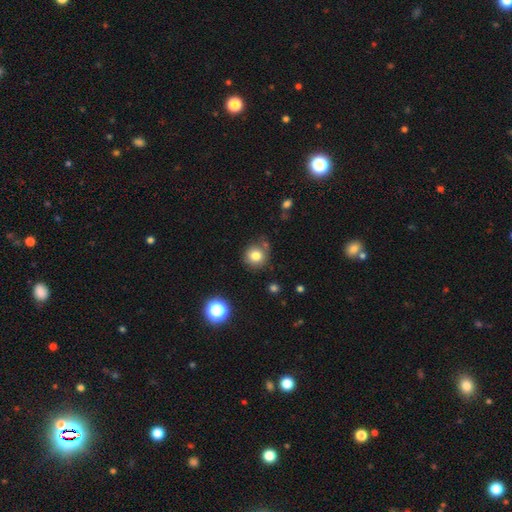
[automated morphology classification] This appears to be a smooth galaxy with no disk features (80%) that is round (90%). Merging: none (76%).